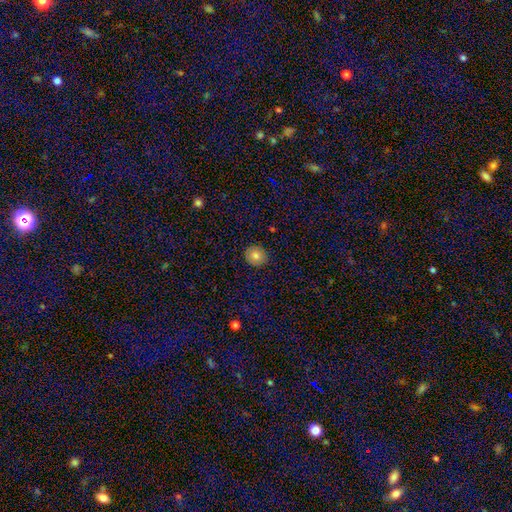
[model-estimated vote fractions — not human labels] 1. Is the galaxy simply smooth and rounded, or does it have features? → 79% smooth, 12% featured or disk, 9% star or artifact.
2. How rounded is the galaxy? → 88% round, 11% in between, 1% cigar-shaped.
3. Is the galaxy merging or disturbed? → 90% none, 7% minor disturbance, 2% major disturbance, 1% merger.